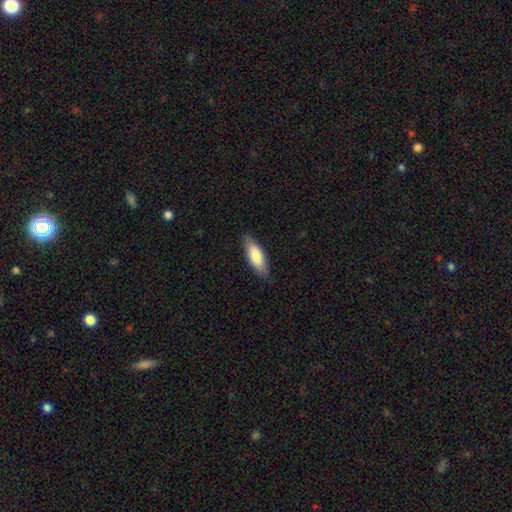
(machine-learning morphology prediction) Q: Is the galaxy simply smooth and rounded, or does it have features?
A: smooth — 80%.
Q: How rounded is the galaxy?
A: in between — 70%.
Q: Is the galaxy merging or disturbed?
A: none — 84%.